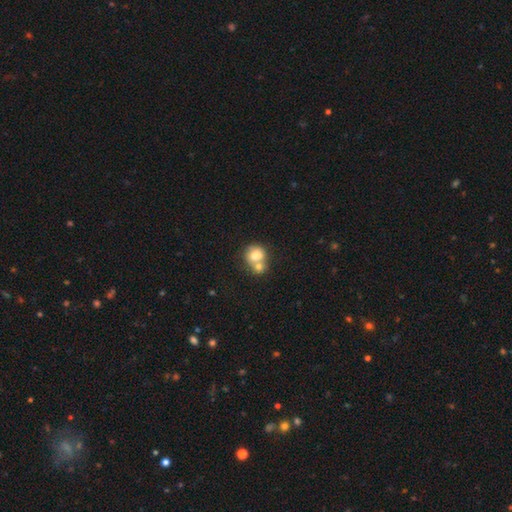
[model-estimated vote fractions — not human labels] smooth 72%, featured or disk 19%, star or artifact 9%. Down the decision tree: how rounded — round (68%); merging — merger (58%).